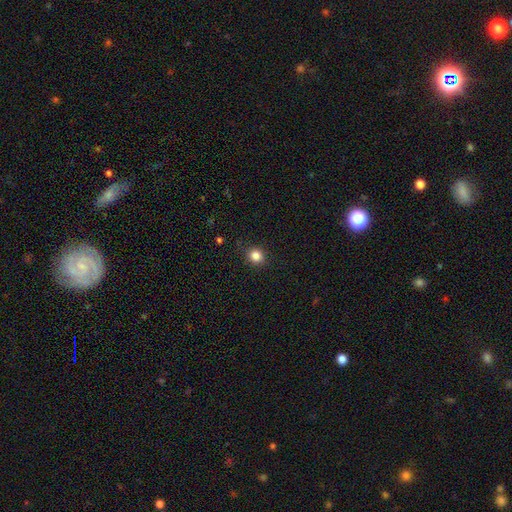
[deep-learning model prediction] Smooth or featured? smooth (84%)
How rounded? round (85%)
Merging? none (89%)